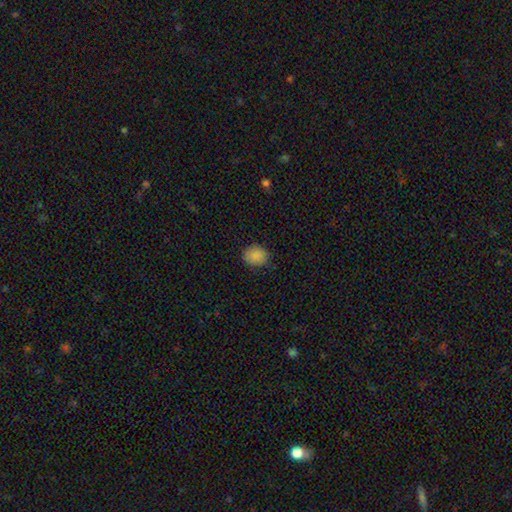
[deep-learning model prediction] A smooth galaxy with no disk features (87%) that is round (65%).

Vote fractions:
- Smooth or featured? smooth: 87% / star or artifact: 9% / featured or disk: 4%
- How rounded? round: 65% / in between: 34% / cigar-shaped: 1%
- Merging? none: 82% / minor disturbance: 14% / major disturbance: 3% / merger: 1%